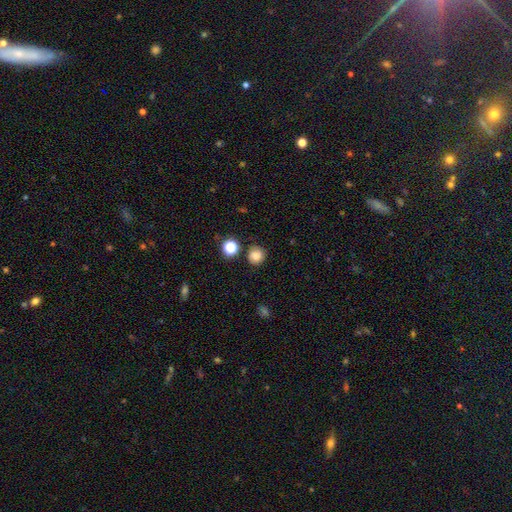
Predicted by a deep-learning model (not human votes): A smooth galaxy with no disk features (82%) that is round (89%).

Vote fractions:
- Smooth or featured? smooth: 82% / star or artifact: 13% / featured or disk: 5%
- How rounded? round: 89% / in between: 10% / cigar-shaped: 1%
- Merging? none: 81% / minor disturbance: 11% / merger: 5% / major disturbance: 3%